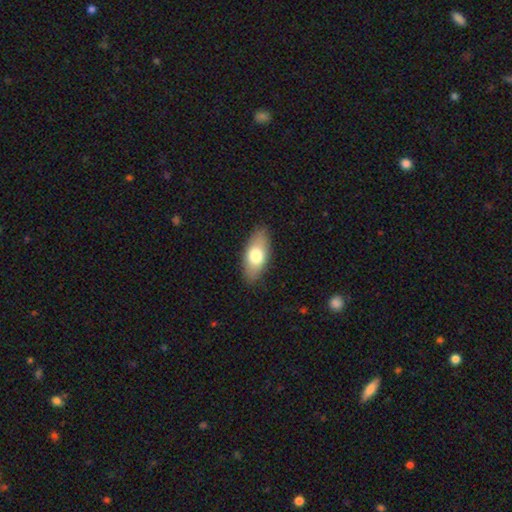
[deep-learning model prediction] smooth-or-featured: smooth: 73% | featured or disk: 21% | star or artifact: 6%
  how-rounded: in between: 84% | cigar-shaped: 13% | round: 3%
  merging: none: 86% | minor disturbance: 11% | major disturbance: 2% | merger: 1%